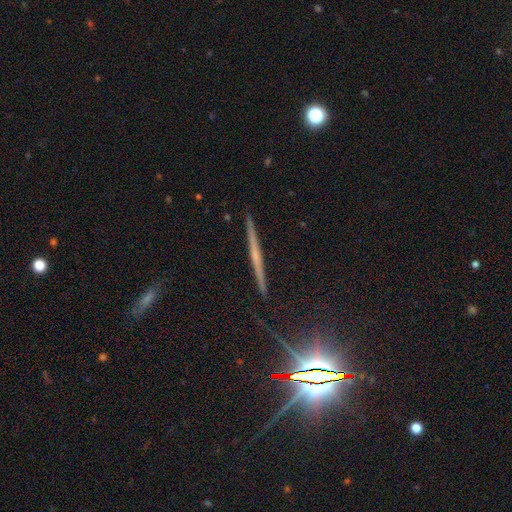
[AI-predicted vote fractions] smooth-or-featured: featured or disk: 64% | smooth: 21% | star or artifact: 16%
  disk-edge-on: yes: 98% | no: 2%
    edge-on-bulge: none: 57% | rounded: 35% | boxy: 8%
  merging: none: 90% | minor disturbance: 7% | major disturbance: 1% | merger: 1%